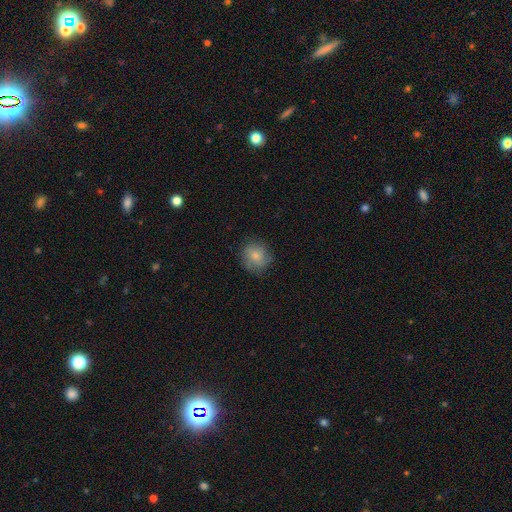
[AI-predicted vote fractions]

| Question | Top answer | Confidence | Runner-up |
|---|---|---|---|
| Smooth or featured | smooth | 72% | featured or disk (20%) |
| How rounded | round | 84% | in between (15%) |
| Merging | none | 76% | minor disturbance (18%) |